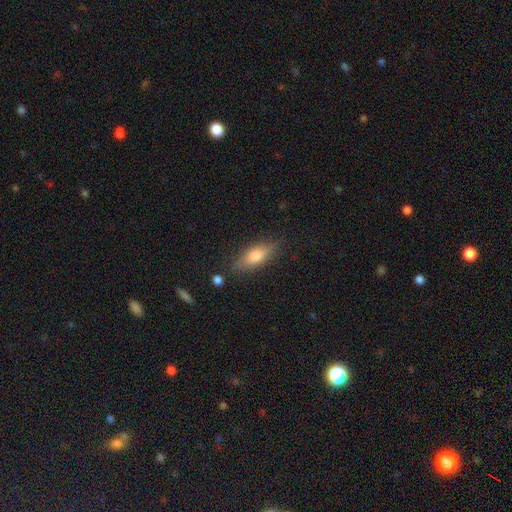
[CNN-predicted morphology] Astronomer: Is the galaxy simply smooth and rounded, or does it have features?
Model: smooth — 68%.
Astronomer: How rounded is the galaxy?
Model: in between — 66%.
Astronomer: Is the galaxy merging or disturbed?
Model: none — 80%.